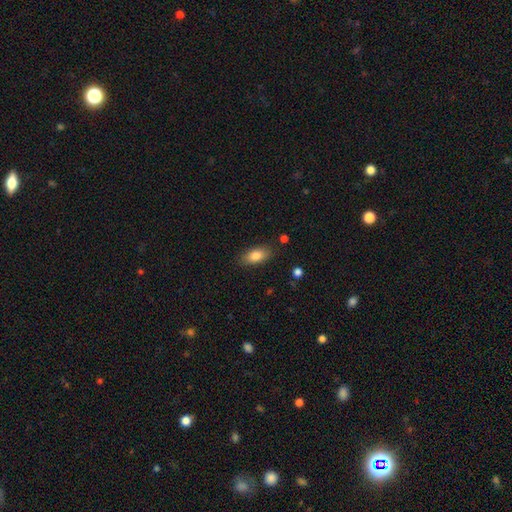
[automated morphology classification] The model was most divided on "merging": none: 84%, minor disturbance: 11%, major disturbance: 3%, merger: 2%. More confident: how rounded — in between (87%); smooth or featured — smooth (83%).